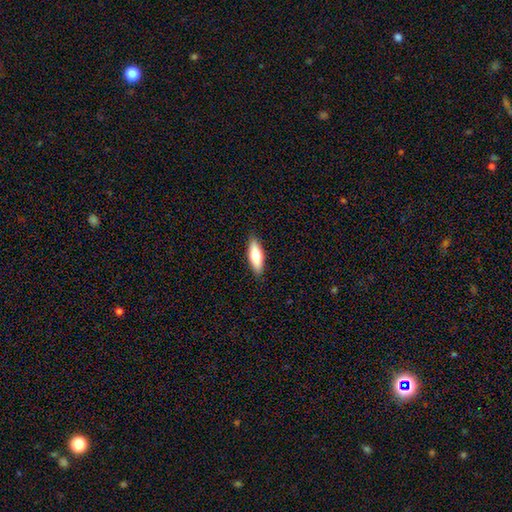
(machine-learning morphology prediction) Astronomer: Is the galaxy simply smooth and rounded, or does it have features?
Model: smooth — 66%.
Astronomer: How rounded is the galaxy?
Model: in between — 52% (runner-up: cigar-shaped, 46%).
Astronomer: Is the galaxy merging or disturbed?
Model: none — 89%.